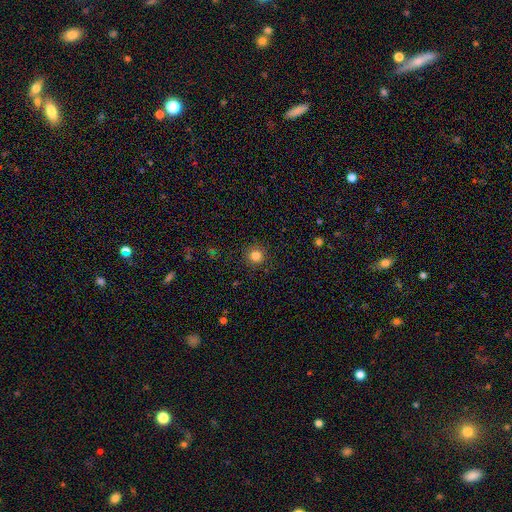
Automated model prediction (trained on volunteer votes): Smooth or featured? smooth (83%)
How rounded? round (95%)
Merging? none (91%)